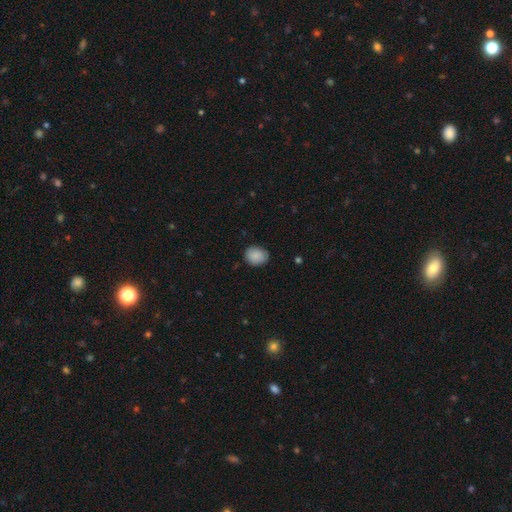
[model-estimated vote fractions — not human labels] Smooth or featured: smooth — 88% (star or artifact — 7%)
How rounded: round — 57% (in between — 42%)
Merging: none — 86% (minor disturbance — 11%)